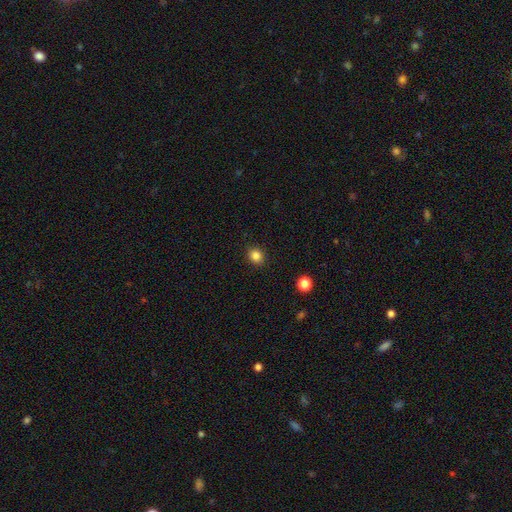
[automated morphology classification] This appears to be a smooth galaxy with no disk features (85%) that is round (73%). Merging: none (90%).